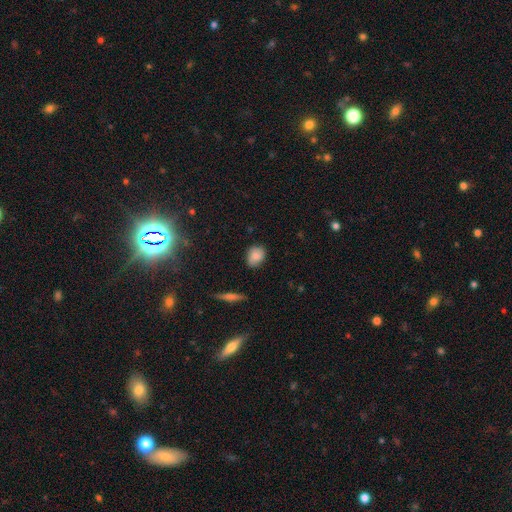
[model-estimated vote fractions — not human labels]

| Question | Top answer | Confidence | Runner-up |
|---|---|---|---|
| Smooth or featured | smooth | 84% | star or artifact (8%) |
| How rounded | in between | 51% | round (47%) |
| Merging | none | 76% | minor disturbance (19%) |